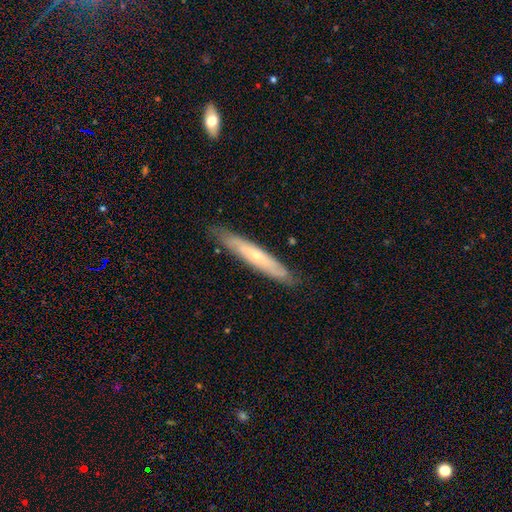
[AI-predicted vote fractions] Q: Smooth or featured?
A: featured or disk (56%); runner-up: smooth (38%)
Q: Edge-on disk?
A: yes (70%); runner-up: no (30%)
Q: Merging?
A: none (83%); runner-up: minor disturbance (14%)